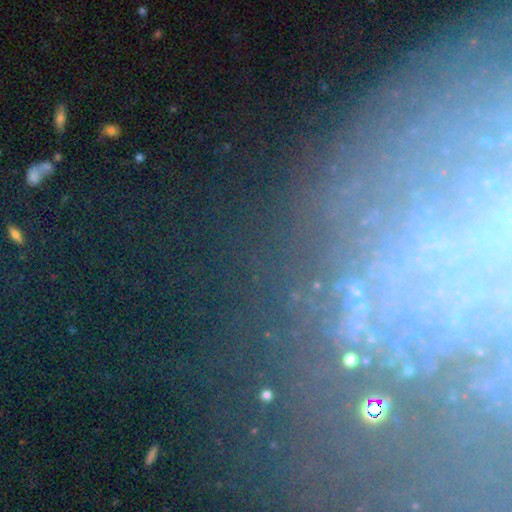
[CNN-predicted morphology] Smooth or featured: star or artifact — 43% (featured or disk — 39%)